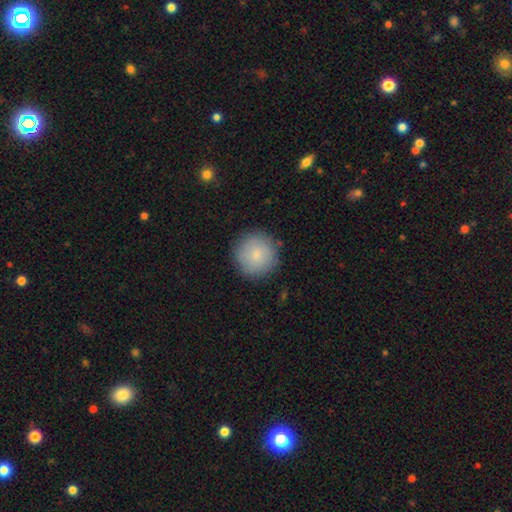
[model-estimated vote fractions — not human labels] A smooth galaxy with no disk features (84%) that is round (96%). Merging: none (88%).